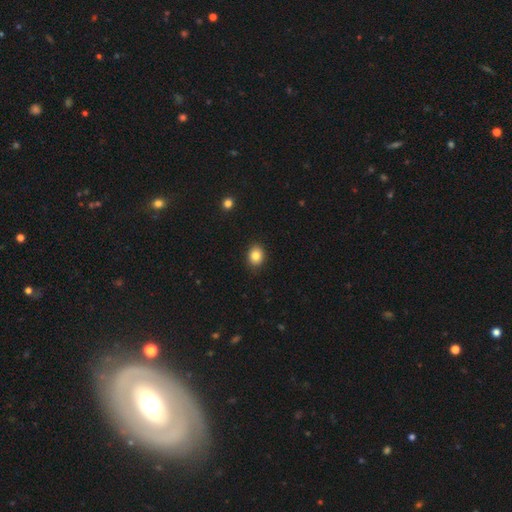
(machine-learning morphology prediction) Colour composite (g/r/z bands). It shows a smooth galaxy with no disk features (84%) that is round (57%). Merging: none (89%).